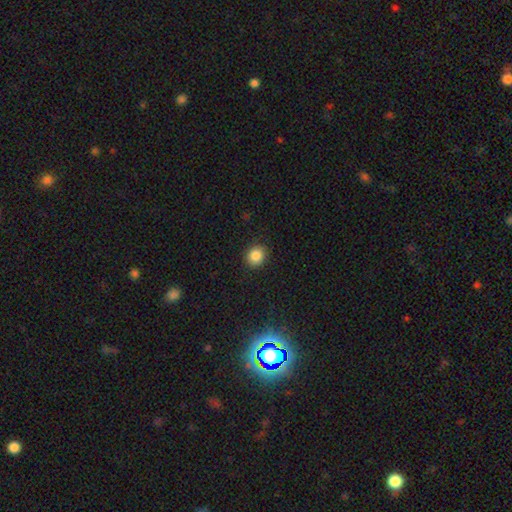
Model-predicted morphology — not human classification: smooth_or_featured: smooth (p=0.86) [alt: star or artifact p=0.10]
how_rounded: round (p=0.78) [alt: in between p=0.21]
merging: none (p=0.89) [alt: minor disturbance p=0.08]